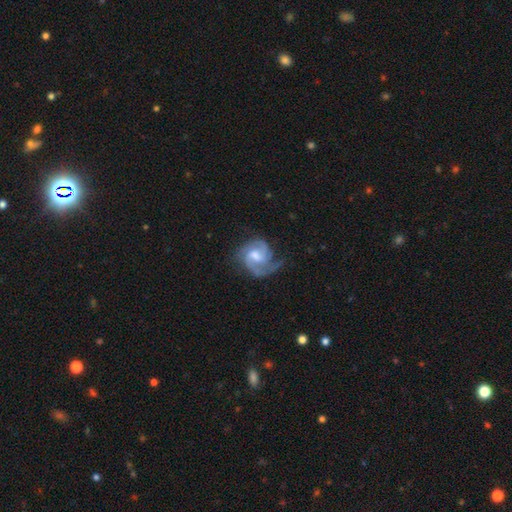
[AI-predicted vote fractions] A featured or disk galaxy (84%) with a weak bar (56%), 2 (61%) medium (47%) spiral arms (96%) and a moderate central bulge (54%).

Vote fractions:
- Smooth or featured? featured or disk: 84% / smooth: 11% / star or artifact: 5%
- Edge-on disk? no: 98% / yes: 2%
- Bar? weak: 56% / no: 30% / strong: 14%
- Spiral arms? yes: 96% / no: 4%
- Spiral winding? medium: 47% / tight: 39% / loose: 14%
- Spiral arm count? 2: 61% / 3: 16% / can't tell: 10% / 1: 7% / 4: 3% / more than 4: 2%
- Bulge size? moderate: 54% / small: 23% / large: 12% / none: 9% / dominant: 1%
- Merging? none: 55% / minor disturbance: 24% / major disturbance: 19% / merger: 2%